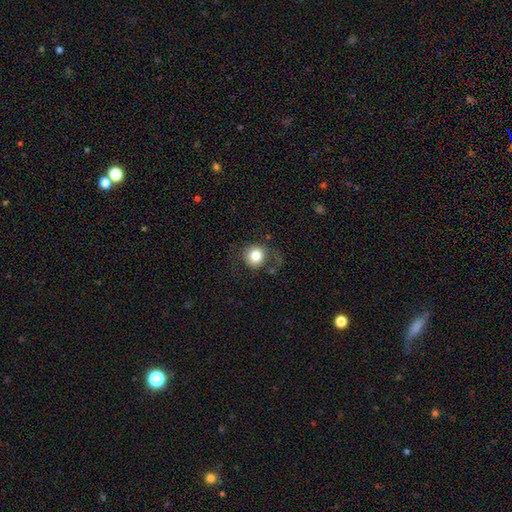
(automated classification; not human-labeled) Smooth or featured: smooth — 78% (featured or disk — 13%)
How rounded: round — 89% (in between — 11%)
Merging: none — 65% (minor disturbance — 17%)